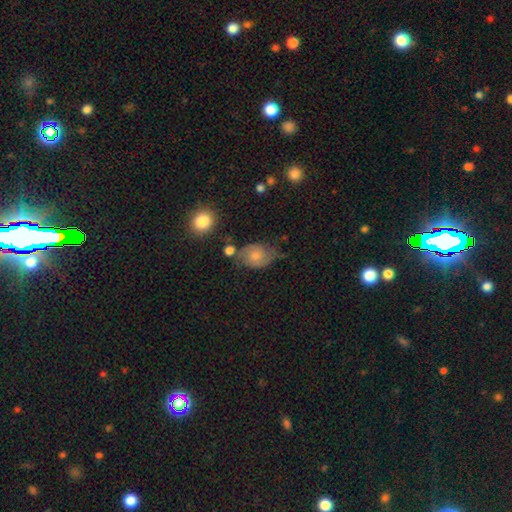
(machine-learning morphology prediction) Smooth or featured: featured or disk — 51% (smooth — 39%)
Edge-on disk: no — 97% (yes — 3%)
Merging: none — 53% (minor disturbance — 28%)